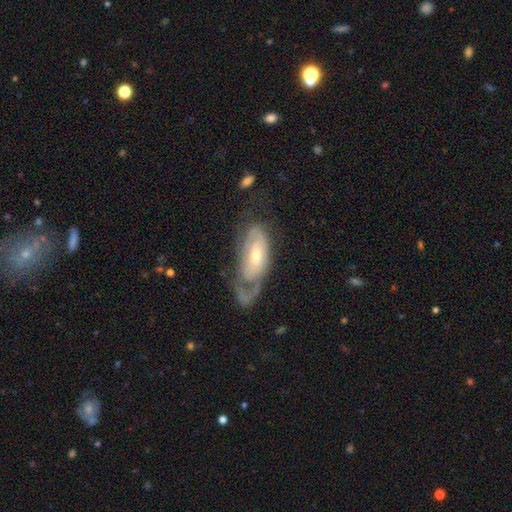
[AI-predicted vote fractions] Overall: featured or disk (69%). Edge-on disk: no (89%). Bar: no (64%; weak 28%). Spiral arms: yes (74%). Bulge size: moderate (61%; small 31%). Merging: major disturbance (39%; none 34%).